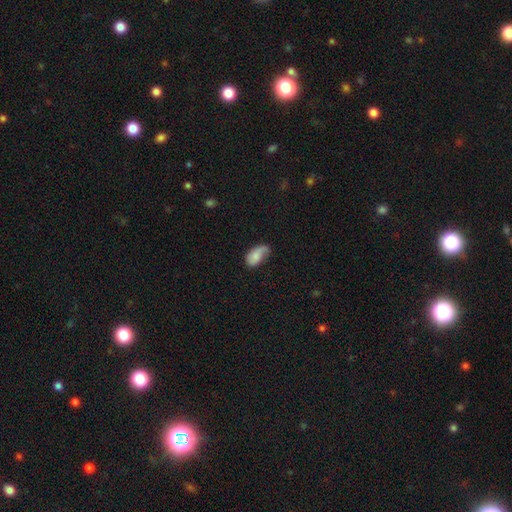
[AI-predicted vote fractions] Smooth or featured?
  - smooth: 68% *
  - featured or disk: 24%
  - star or artifact: 7%
How rounded?
  - in between: 93% *
  - round: 5%
  - cigar-shaped: 2%
Merging?
  - none: 44% *
  - minor disturbance: 37%
  - major disturbance: 17%
  - merger: 3%